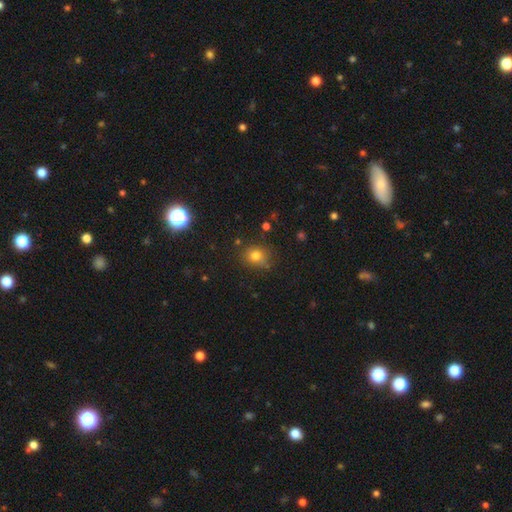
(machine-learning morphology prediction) The model was most divided on "how rounded": round: 71%, in between: 28%, cigar-shaped: 1%. More confident: smooth or featured — smooth (77%); merging — none (72%).